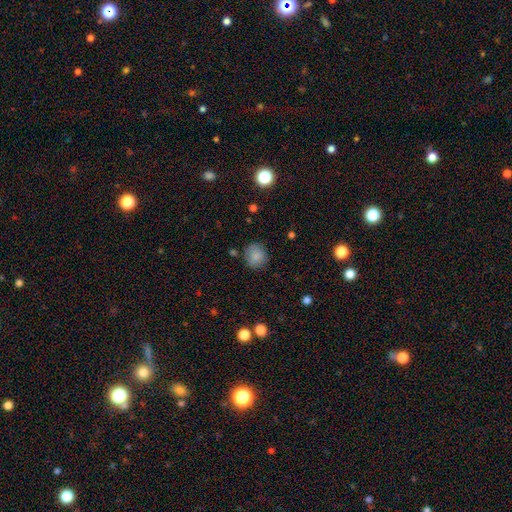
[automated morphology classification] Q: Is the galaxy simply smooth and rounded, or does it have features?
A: smooth — 84%.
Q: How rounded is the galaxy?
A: round — 85%.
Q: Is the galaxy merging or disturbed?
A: none — 81%.